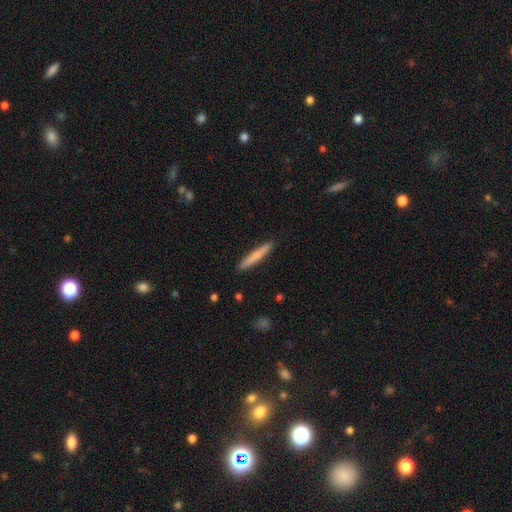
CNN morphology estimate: Smooth or featured? Predicted: smooth (p=0.72). How rounded? Predicted: cigar-shaped (p=0.95). Merging? Predicted: none (p=0.92).